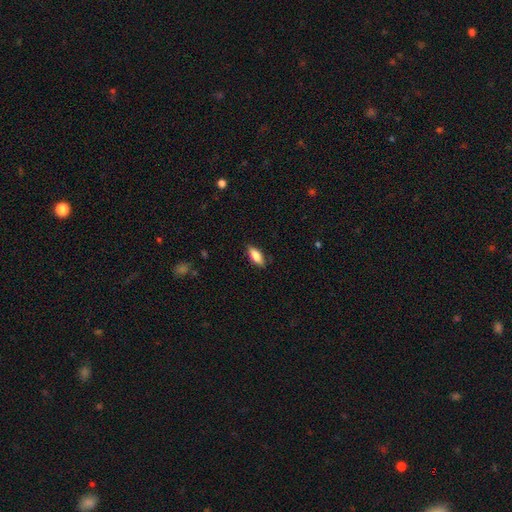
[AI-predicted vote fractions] Morphology: type=smooth (76%); roundness=in between (74%); merging=none (84%).